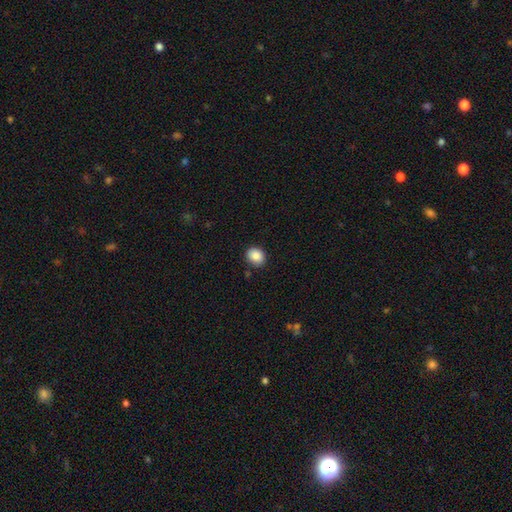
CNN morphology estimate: Smooth or featured? Predicted: smooth (p=0.88). How rounded? Predicted: round (p=0.56). Merging? Predicted: none (p=0.88).